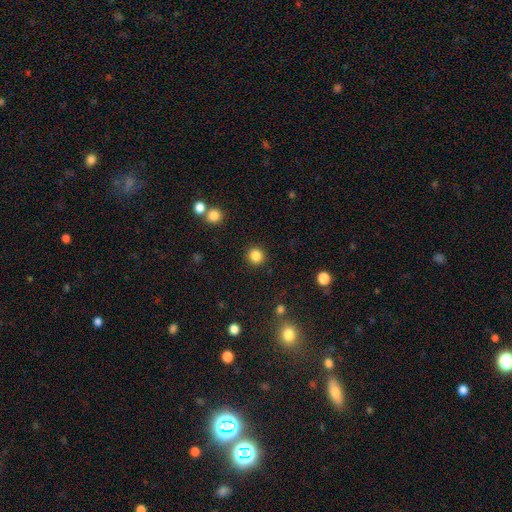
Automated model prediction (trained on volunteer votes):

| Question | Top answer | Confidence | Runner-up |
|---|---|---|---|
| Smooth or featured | smooth | 84% | star or artifact (12%) |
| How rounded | round | 92% | in between (7%) |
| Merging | none | 91% | minor disturbance (5%) |